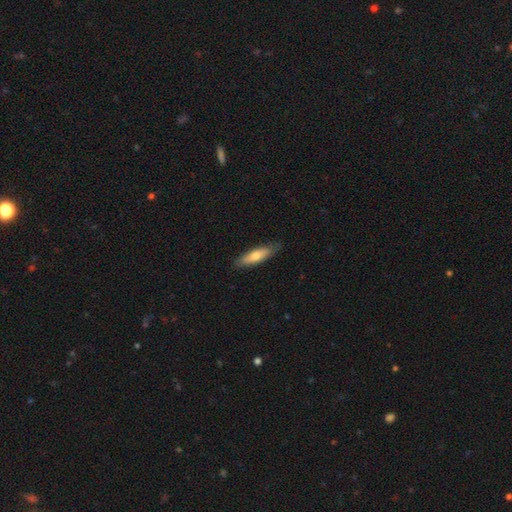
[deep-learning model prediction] This is likely a smooth galaxy (68%). How rounded: likely cigar-shaped (69%). Merging: clearly none (83%).